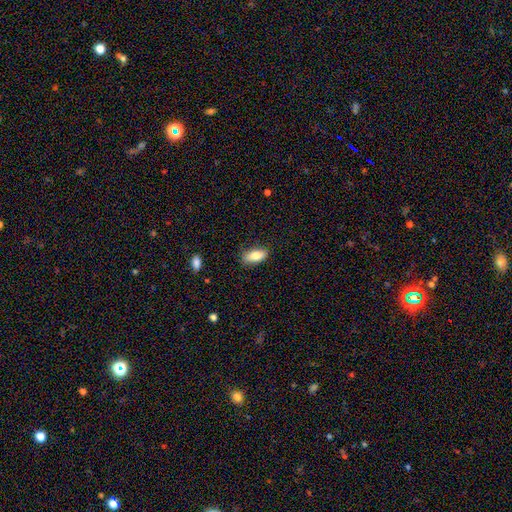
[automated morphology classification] type=smooth (81%); roundness=in between (85%); merging=none (82%).